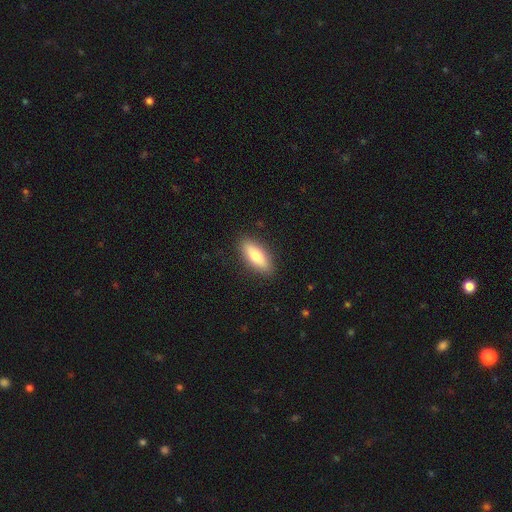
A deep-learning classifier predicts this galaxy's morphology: A smooth galaxy with no disk features (75%) that is in between round and cigar-shaped (65%). Merging: none (88%).